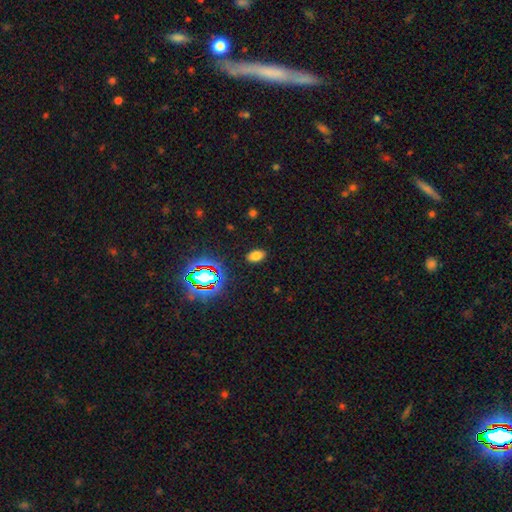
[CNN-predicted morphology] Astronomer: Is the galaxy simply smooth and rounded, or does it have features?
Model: smooth — 73%.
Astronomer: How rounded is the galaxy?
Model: in between — 89%.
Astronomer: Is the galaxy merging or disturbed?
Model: none — 88%.